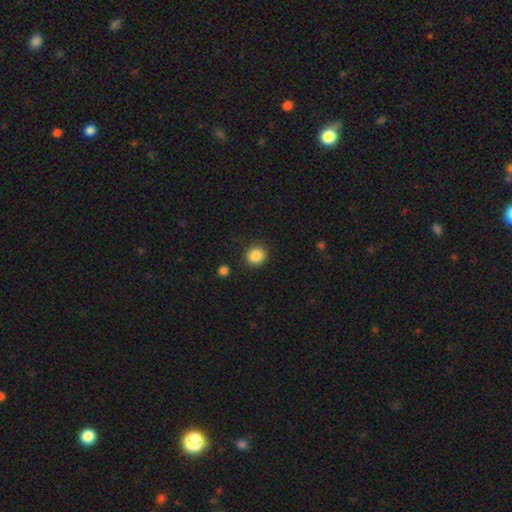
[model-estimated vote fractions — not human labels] Smooth or featured? smooth (87%)
How rounded? round (84%)
Merging? none (88%)